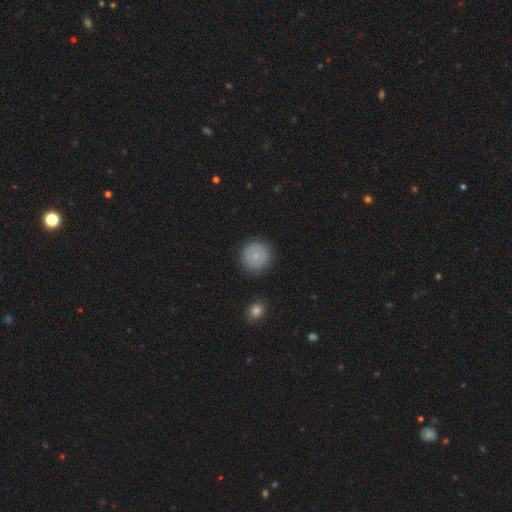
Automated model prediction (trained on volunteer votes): This appears to be a smooth galaxy with no disk features (76%) that is round (94%). Merging: none (88%).